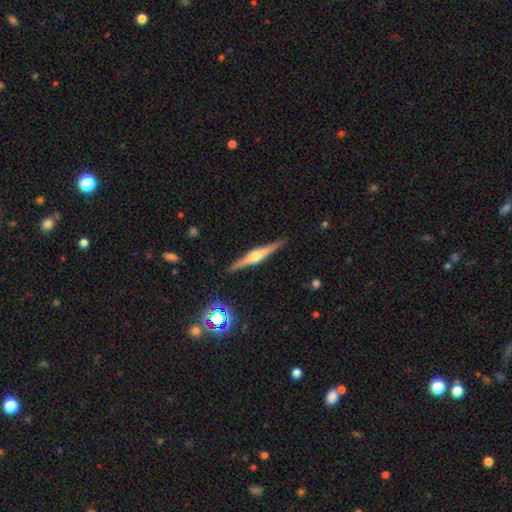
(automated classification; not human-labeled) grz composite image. It shows a featured or disk galaxy (78%) viewed edge-on (98%) with a rounded central bulge (91%). Merging: none (91%).